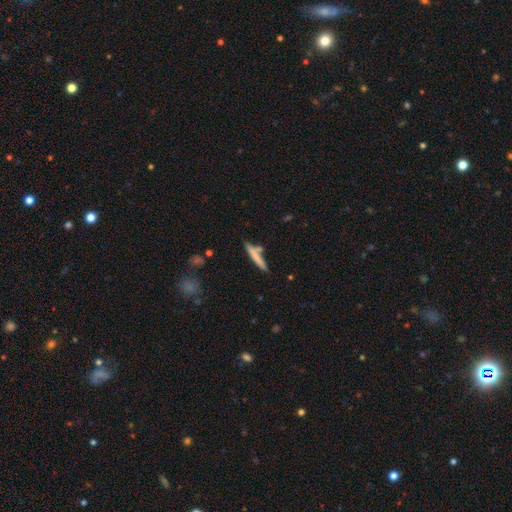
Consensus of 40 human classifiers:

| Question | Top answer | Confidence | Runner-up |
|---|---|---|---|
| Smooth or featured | smooth | 60% | featured or disk (32%) |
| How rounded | cigar-shaped | 100% | — |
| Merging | none | 49% | merger (35%) |